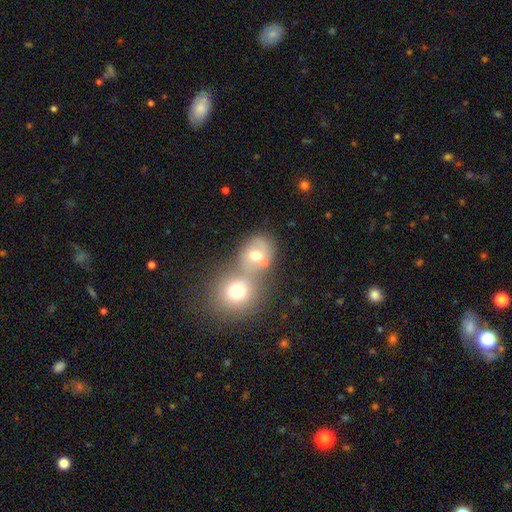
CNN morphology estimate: type=smooth (62%); roundness=round (66%); merging=merger (51%).